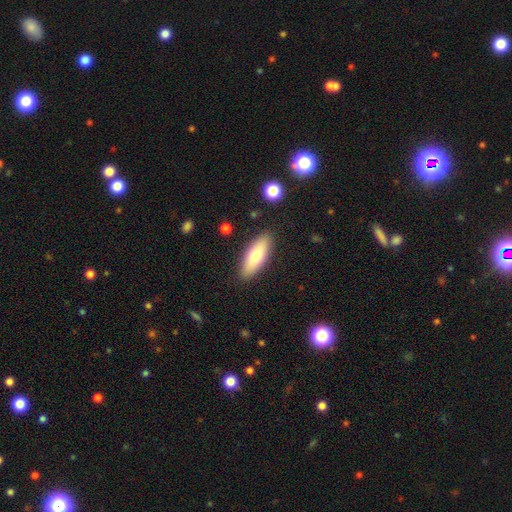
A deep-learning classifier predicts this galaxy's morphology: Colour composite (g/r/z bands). It shows a smooth galaxy with no disk features (71%) that is in between round and cigar-shaped (66%). Merging: none (88%).